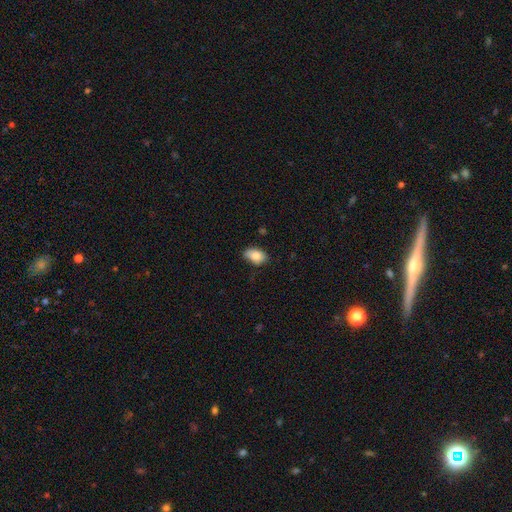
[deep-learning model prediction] Overall: smooth (84%). How rounded: in between (90%). Merging: none (77%).